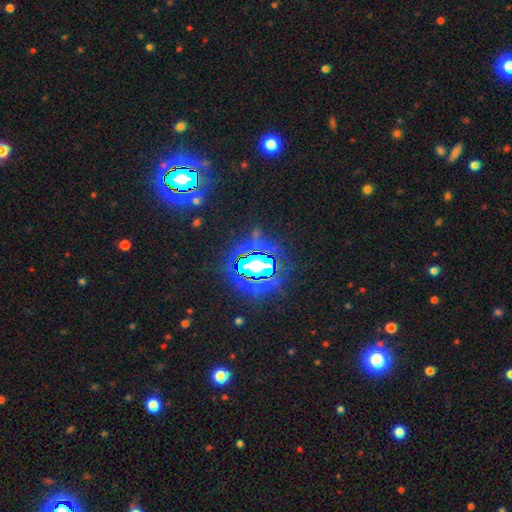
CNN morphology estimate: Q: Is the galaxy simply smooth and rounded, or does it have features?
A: star or artifact — 82%.